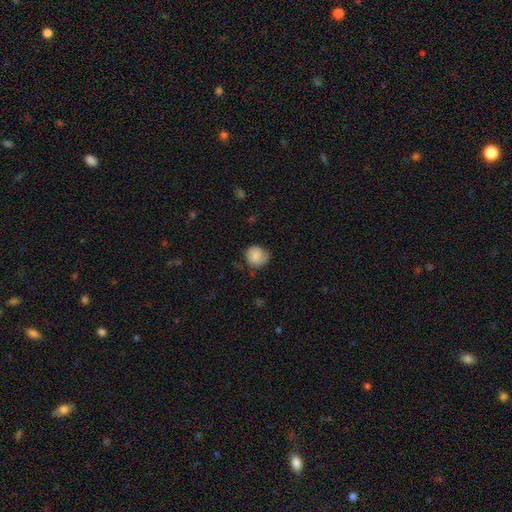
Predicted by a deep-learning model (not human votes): Smooth or featured?
  - smooth: 79% *
  - featured or disk: 14%
  - star or artifact: 7%
How rounded?
  - round: 85% *
  - in between: 14%
  - cigar-shaped: 1%
Merging?
  - none: 62% *
  - minor disturbance: 29%
  - major disturbance: 8%
  - merger: 1%